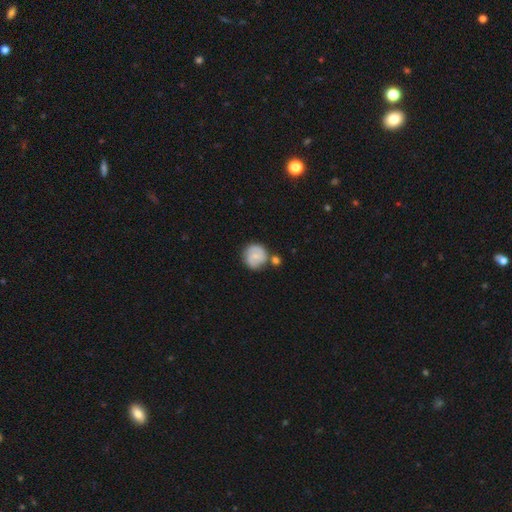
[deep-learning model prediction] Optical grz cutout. It shows a smooth galaxy with no disk features (47%). Merging: none (59%).